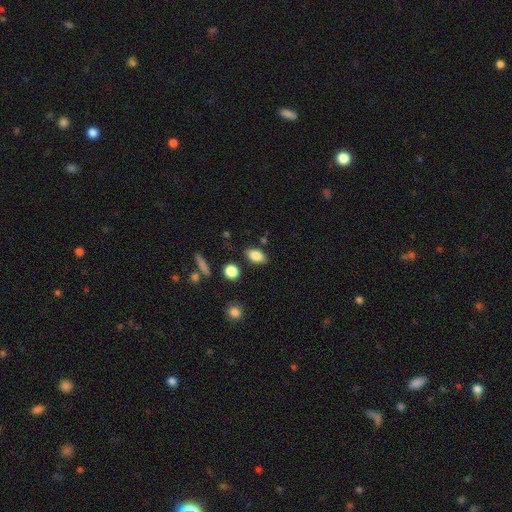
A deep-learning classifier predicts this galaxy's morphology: This is clearly a smooth galaxy (83%). How rounded: clearly in between (88%). Merging: clearly none (82%).